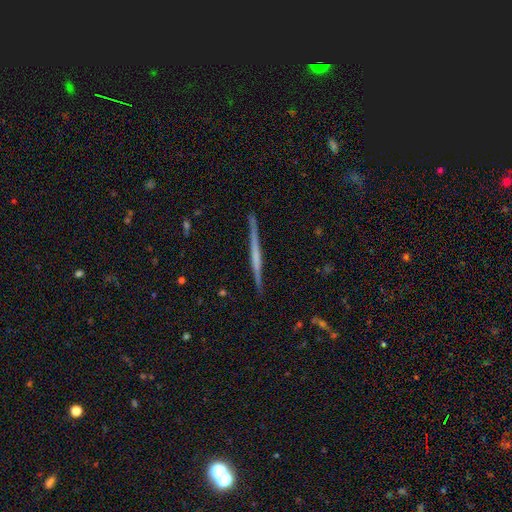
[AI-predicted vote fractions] Smooth or featured? Predicted: featured or disk (p=0.66). Edge-on disk? Predicted: yes (p=0.98). Edge-on bulge? Predicted: none (p=0.74). Merging? Predicted: none (p=0.90).